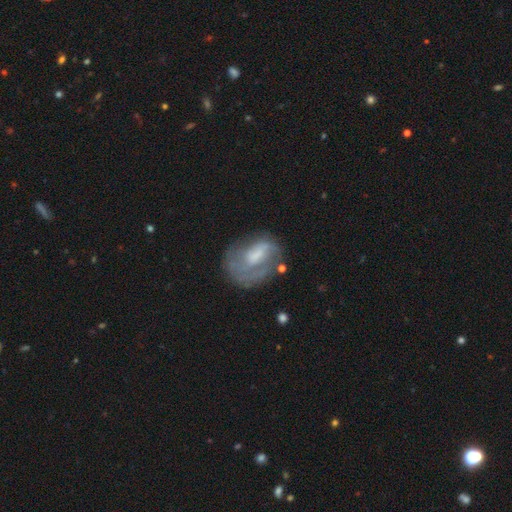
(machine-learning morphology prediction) This is possibly a featured or disk galaxy (60%). It is clearly not viewed edge-on (97%). Bar: marginally no (44%). Spiral arm pattern: likely yes (63%). Central bulge: marginally moderate (35%). Merging: possibly none (46%).